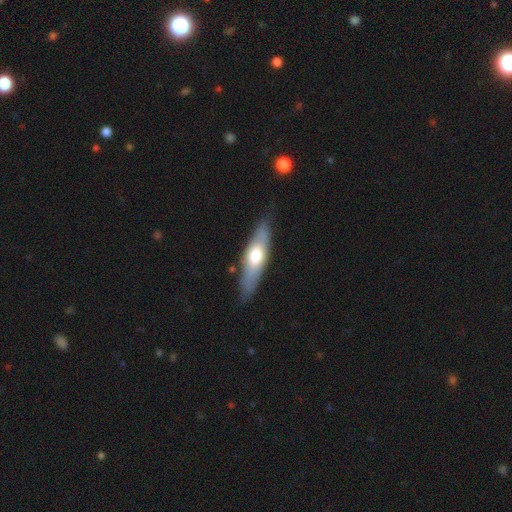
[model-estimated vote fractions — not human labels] This is possibly a smooth galaxy (52%). How rounded: possibly cigar-shaped (54%). Merging: clearly none (80%).